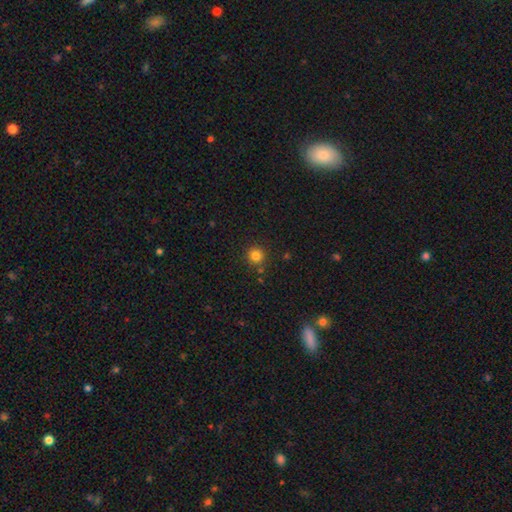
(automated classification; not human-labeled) Smooth or featured?
  - smooth: 82% *
  - star or artifact: 13%
  - featured or disk: 5%
How rounded?
  - round: 94% *
  - in between: 5%
  - cigar-shaped: 1%
Merging?
  - none: 86% *
  - minor disturbance: 7%
  - merger: 5%
  - major disturbance: 2%